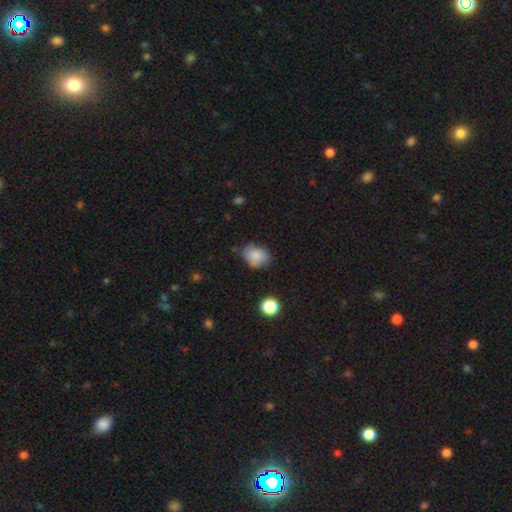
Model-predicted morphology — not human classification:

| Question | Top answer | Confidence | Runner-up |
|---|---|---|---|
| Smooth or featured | smooth | 83% | star or artifact (9%) |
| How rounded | in between | 63% | round (36%) |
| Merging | none | 65% | minor disturbance (26%) |